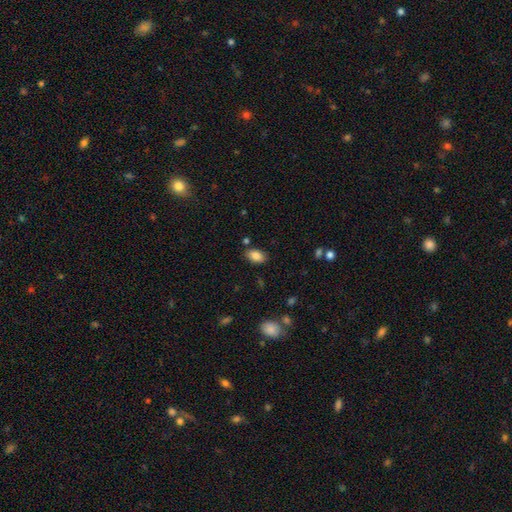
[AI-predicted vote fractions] Smooth or featured? Predicted: smooth (p=0.85). How rounded? Predicted: in between (p=0.90). Merging? Predicted: none (p=0.82).